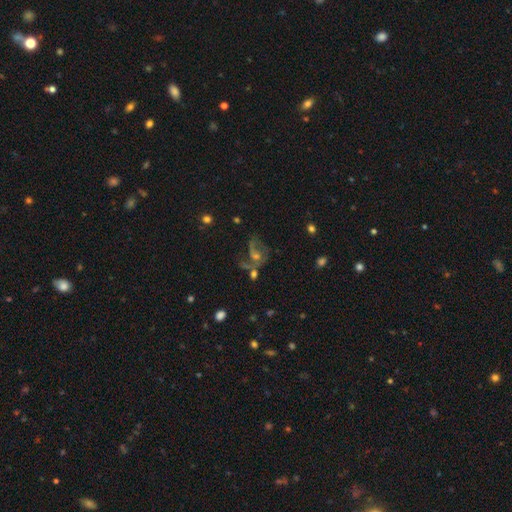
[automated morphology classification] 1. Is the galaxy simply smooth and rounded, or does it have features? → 59% featured or disk, 23% star or artifact, 18% smooth.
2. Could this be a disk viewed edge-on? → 96% no, 4% yes.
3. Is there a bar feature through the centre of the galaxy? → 61% no, 31% weak, 8% strong.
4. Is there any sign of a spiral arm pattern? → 77% yes, 23% no.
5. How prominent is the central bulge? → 44% small, 39% moderate, 11% none, 5% large, 2% dominant.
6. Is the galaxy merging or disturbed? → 39% none, 28% major disturbance, 17% merger, 16% minor disturbance.